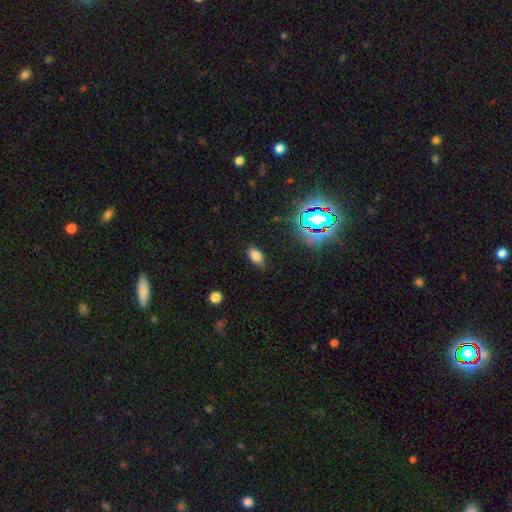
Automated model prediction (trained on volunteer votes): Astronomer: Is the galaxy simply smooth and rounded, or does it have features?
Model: smooth — 77%.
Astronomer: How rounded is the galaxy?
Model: in between — 90%.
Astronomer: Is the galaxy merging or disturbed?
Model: none — 80%.